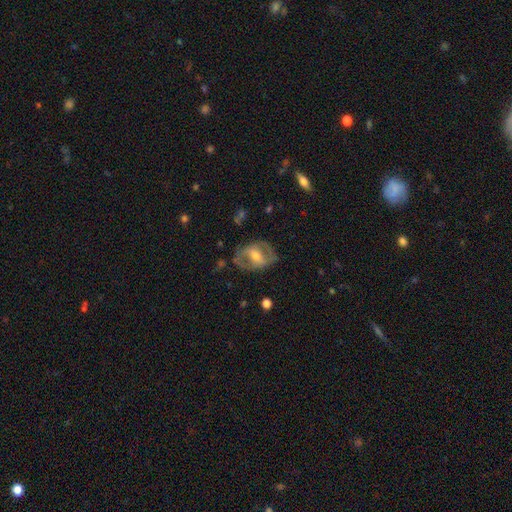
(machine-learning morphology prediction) smooth-or-featured: featured or disk: 64% | smooth: 29% | star or artifact: 6%
  disk-edge-on: no: 93% | yes: 7%
    bar: strong: 37% (tied) | weak: 37% (tied) | no: 27%
    has-spiral-arms: no: 54% | yes: 46%
    bulge-size: moderate: 59% | small: 28% | large: 9% | none: 2% | dominant: 1%
  merging: none: 68% | minor disturbance: 18% | major disturbance: 11% | merger: 2%